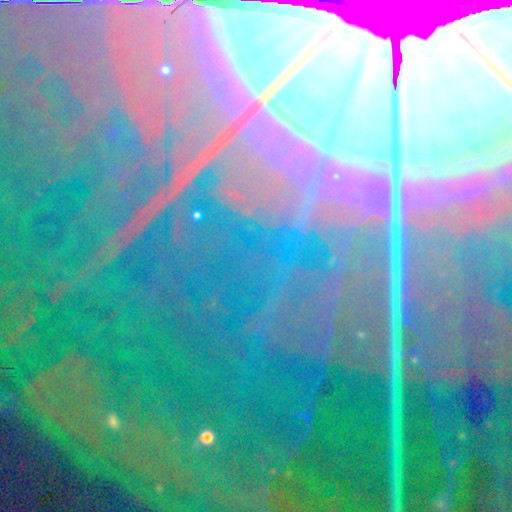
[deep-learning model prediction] Smooth or featured?
  - star or artifact: 87% *
  - featured or disk: 8%
  - smooth: 5%